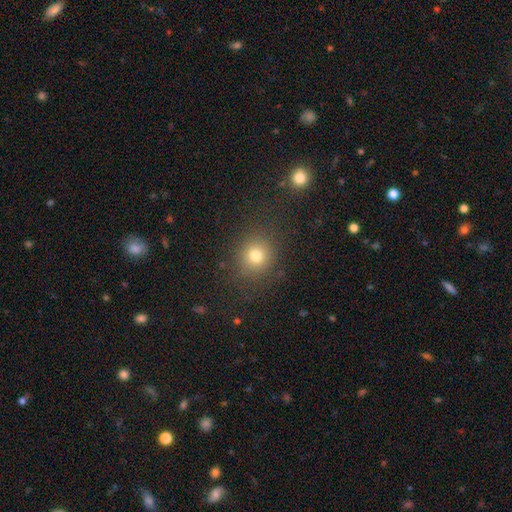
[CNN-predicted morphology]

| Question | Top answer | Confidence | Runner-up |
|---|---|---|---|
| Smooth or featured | smooth | 77% | star or artifact (16%) |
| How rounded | round | 81% | in between (18%) |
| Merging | none | 85% | minor disturbance (9%) |